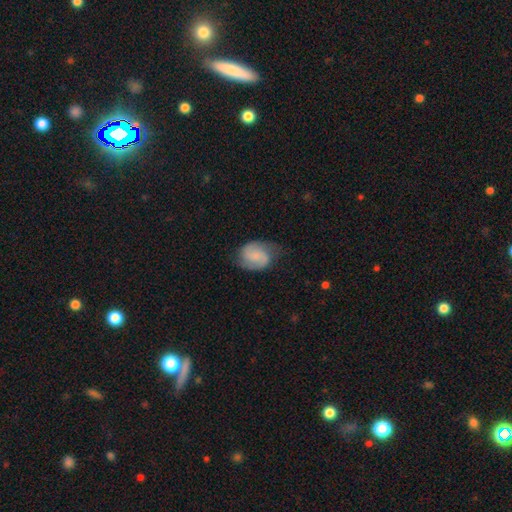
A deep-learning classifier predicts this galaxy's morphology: Smooth or featured? featured or disk (57%)
Edge-on disk? no (98%)
Bar? no (54%)
Spiral arms? yes (93%)
Spiral winding? medium (49%)
Spiral arm count? 2 (87%)
Bulge size? none (39%)
Merging? none (67%)